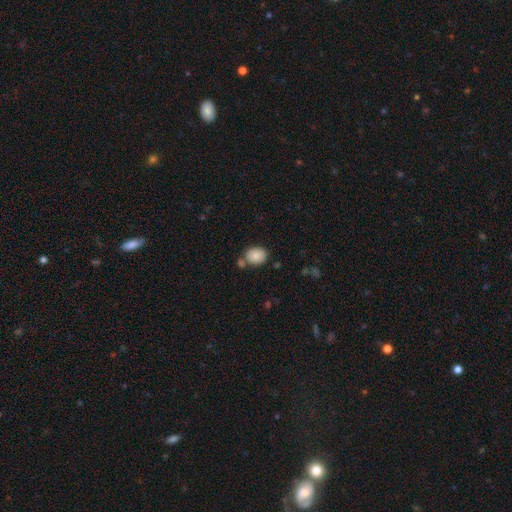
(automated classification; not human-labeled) A smooth galaxy with no disk features (86%) that is round (51%). Merging: none (70%).